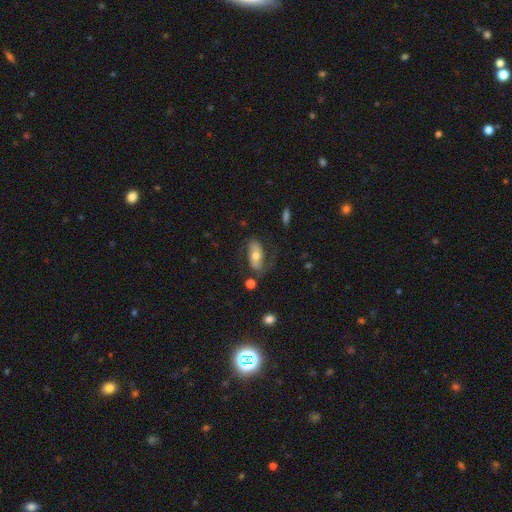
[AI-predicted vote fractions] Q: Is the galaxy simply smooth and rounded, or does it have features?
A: featured or disk — 57%.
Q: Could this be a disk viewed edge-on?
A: no — 89%.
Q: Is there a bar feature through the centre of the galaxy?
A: no — 49%.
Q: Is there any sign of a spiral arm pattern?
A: yes — 82%.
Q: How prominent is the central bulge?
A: moderate — 64%.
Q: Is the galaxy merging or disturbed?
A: none — 57%.